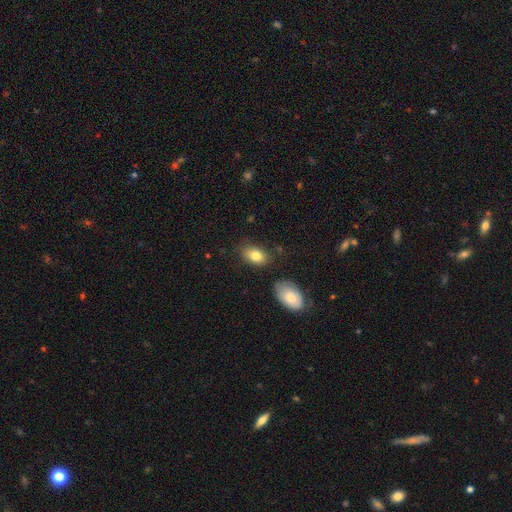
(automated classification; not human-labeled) The model was most divided on "merging": none: 75%, minor disturbance: 15%, merger: 6%, major disturbance: 4%. More confident: how rounded — in between (89%); smooth or featured — smooth (81%).